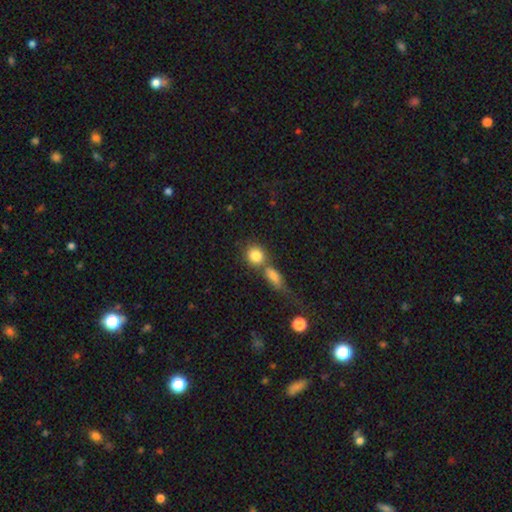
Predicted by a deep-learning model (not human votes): The model was most divided on "merging": none: 45%, merger: 41%, minor disturbance: 9%, major disturbance: 5%. More confident: smooth or featured — smooth (83%); how rounded — round (79%).